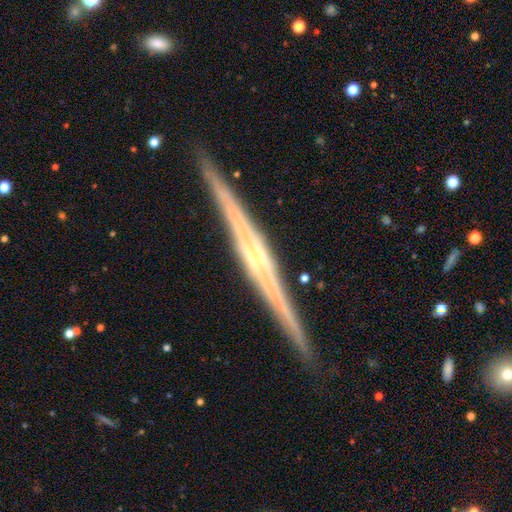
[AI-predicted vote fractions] This appears to be a featured or disk galaxy (87%) viewed edge-on (98%) with a rounded central bulge (44%). Merging: none (91%).